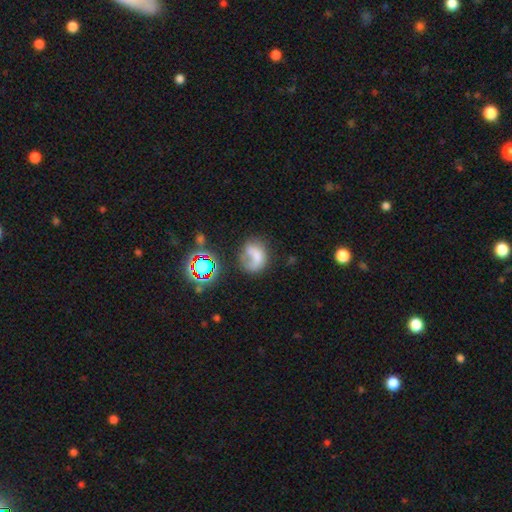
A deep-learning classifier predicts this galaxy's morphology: Smooth or featured? Predicted: smooth (p=0.56). How rounded? Predicted: round (p=0.57). Merging? Predicted: none (p=0.37).